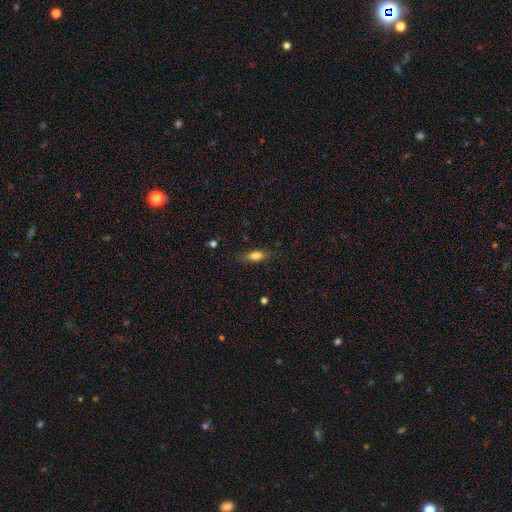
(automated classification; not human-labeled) smooth-or-featured: smooth: 77% | featured or disk: 15% | star or artifact: 8%
  how-rounded: in between: 63% | cigar-shaped: 34% | round: 3%
  merging: none: 80% | minor disturbance: 15% | major disturbance: 4% | merger: 1%